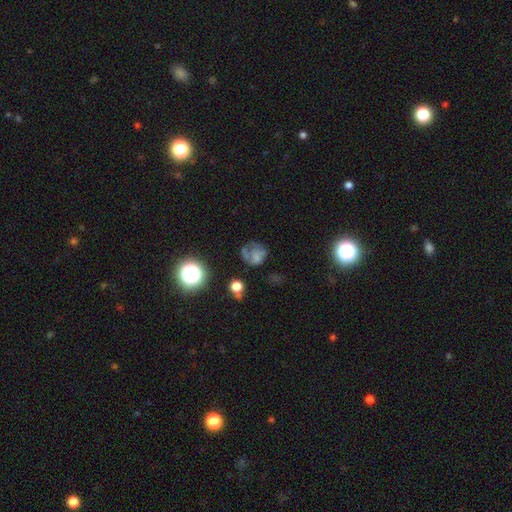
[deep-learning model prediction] Smooth or featured: smooth — 47% (featured or disk — 33%)
Merging: none — 41% (major disturbance — 29%)